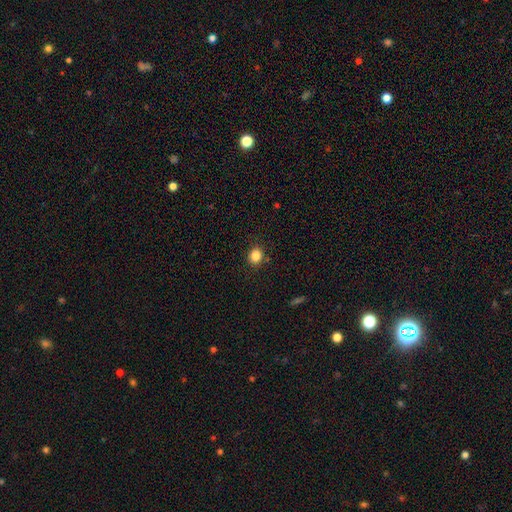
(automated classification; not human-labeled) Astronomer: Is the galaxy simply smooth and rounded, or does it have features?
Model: smooth — 85%.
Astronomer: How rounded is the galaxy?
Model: round — 73%.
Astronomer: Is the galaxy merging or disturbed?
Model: none — 88%.